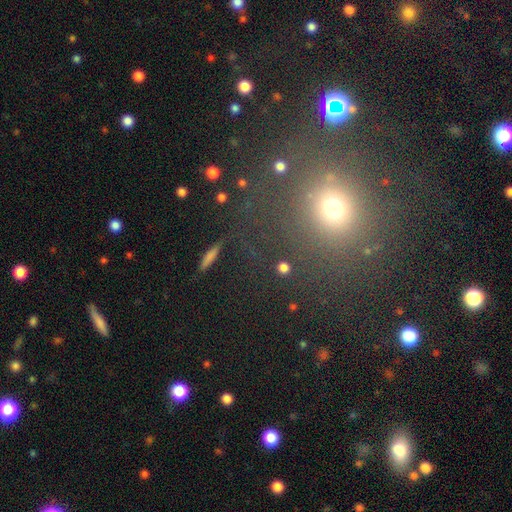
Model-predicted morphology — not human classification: smooth_or_featured: smooth (p=0.49) [alt: star or artifact p=0.41]
merging: none (p=0.82) [alt: minor disturbance p=0.09]